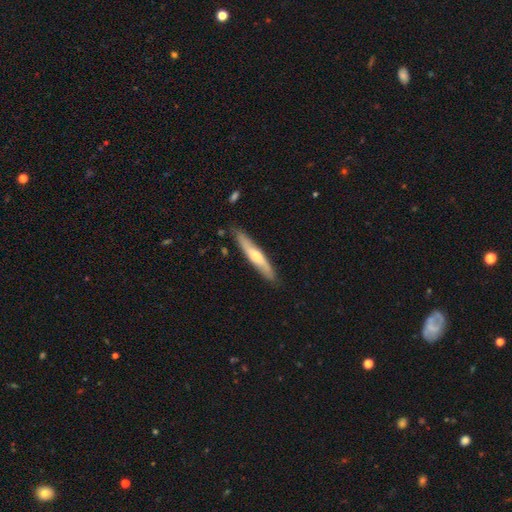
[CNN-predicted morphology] featured or disk 50%, smooth 45%, star or artifact 5%. Down the decision tree: merging — none (85%).